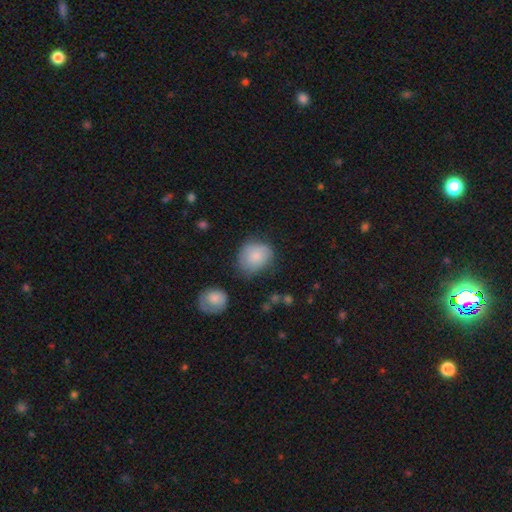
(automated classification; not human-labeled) smooth-or-featured: smooth: 82% | featured or disk: 11% | star or artifact: 7%
  how-rounded: round: 62% | in between: 37% | cigar-shaped: 1%
  merging: none: 62% | minor disturbance: 27% | major disturbance: 8% | merger: 4%